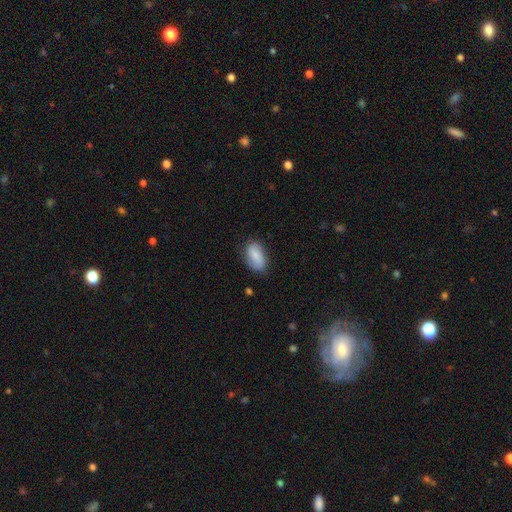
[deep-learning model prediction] A smooth galaxy with no disk features (80%) that is in between round and cigar-shaped (91%). Merging: none (75%).